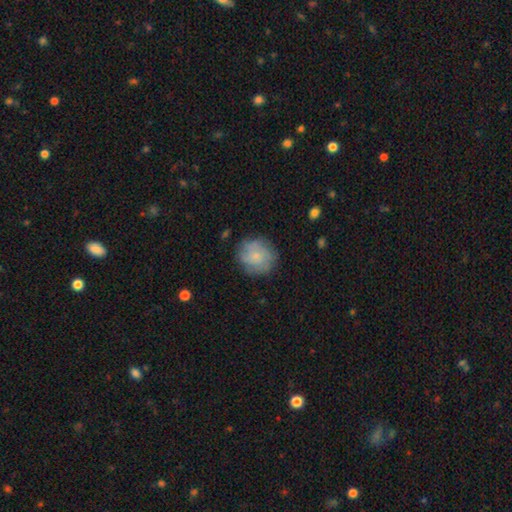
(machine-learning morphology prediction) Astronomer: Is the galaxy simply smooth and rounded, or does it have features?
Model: smooth — 55% (runner-up: featured or disk, 36%).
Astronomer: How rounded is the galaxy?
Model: round — 85%.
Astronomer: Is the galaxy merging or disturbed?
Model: none — 76%.